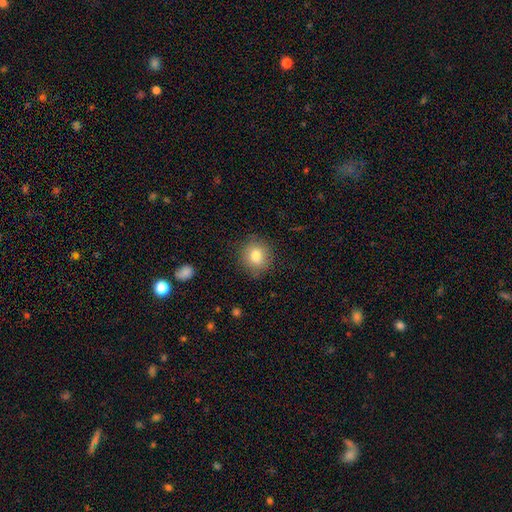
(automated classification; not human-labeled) This appears to be a smooth galaxy with no disk features (79%) that is round (87%). Merging: none (85%).